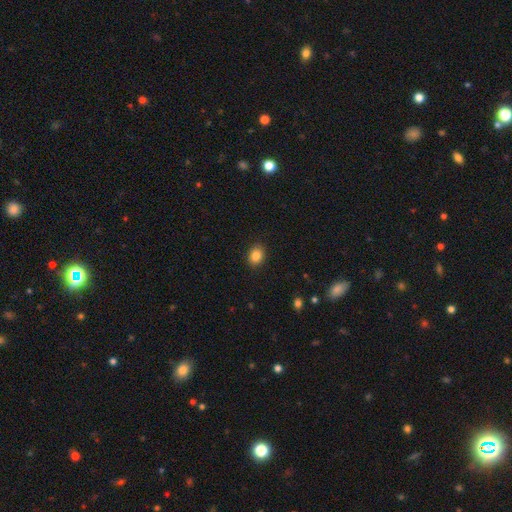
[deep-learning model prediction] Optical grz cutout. It shows a smooth galaxy with no disk features (86%) that is in between round and cigar-shaped (55%). Merging: none (89%).